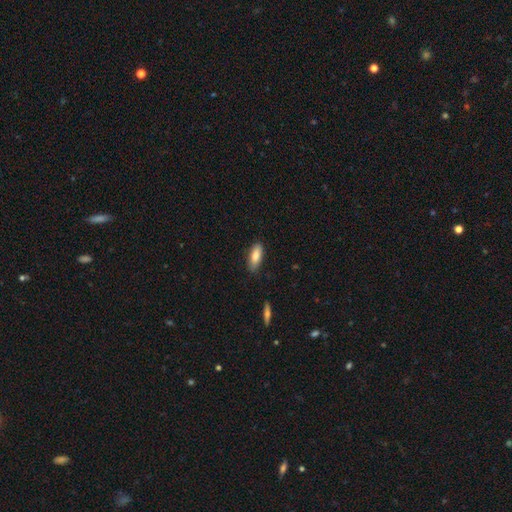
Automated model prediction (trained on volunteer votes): The model was most divided on "how rounded": in between: 73%, cigar-shaped: 25%, round: 2%. More confident: smooth or featured — smooth (85%); merging — none (83%).